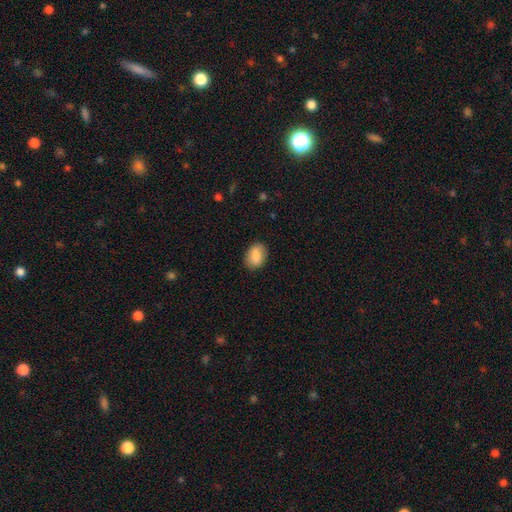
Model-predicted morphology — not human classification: Overall: smooth (85%). How rounded: in between (76%). Merging: none (84%).